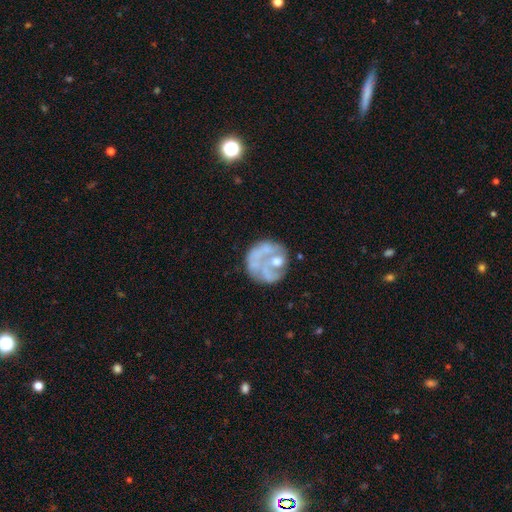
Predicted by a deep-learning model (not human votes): This is likely a featured or disk galaxy (60%). It is clearly not viewed edge-on (98%). Bar: clearly no (89%). Spiral arm pattern: likely no (80%). Central bulge: possibly none (48%). Merging: marginally none (42%).